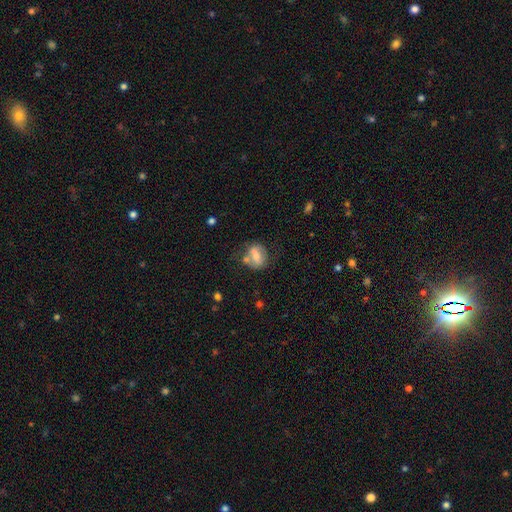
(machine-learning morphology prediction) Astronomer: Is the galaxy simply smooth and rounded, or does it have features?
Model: smooth — 54% (runner-up: featured or disk, 37%).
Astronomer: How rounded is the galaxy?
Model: in between — 54% (runner-up: round, 43%).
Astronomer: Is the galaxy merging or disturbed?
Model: none — 46% (runner-up: merger, 26%).